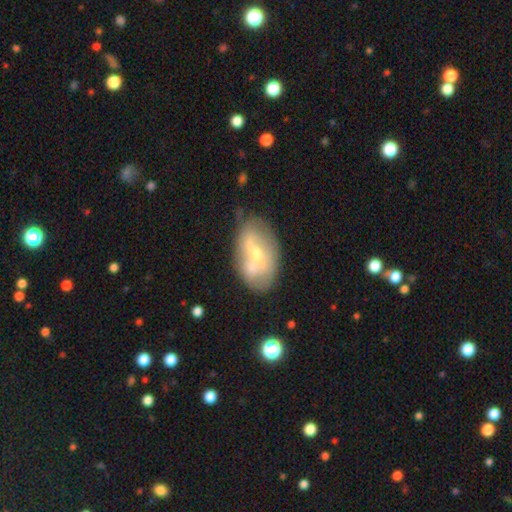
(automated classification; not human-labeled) Smooth or featured?
  - featured or disk: 58% *
  - smooth: 35%
  - star or artifact: 7%
Edge-on disk?
  - no: 92% *
  - yes: 8%
Bar?
  - no: 48% *
  - weak: 35%
  - strong: 17%
Spiral arms?
  - no: 61% *
  - yes: 39%
Bulge size?
  - small: 49% *
  - moderate: 45%
  - large: 2%
  - none: 2%
  - dominant: 1%
Merging?
  - none: 49% *
  - minor disturbance: 24%
  - merger: 18%
  - major disturbance: 9%